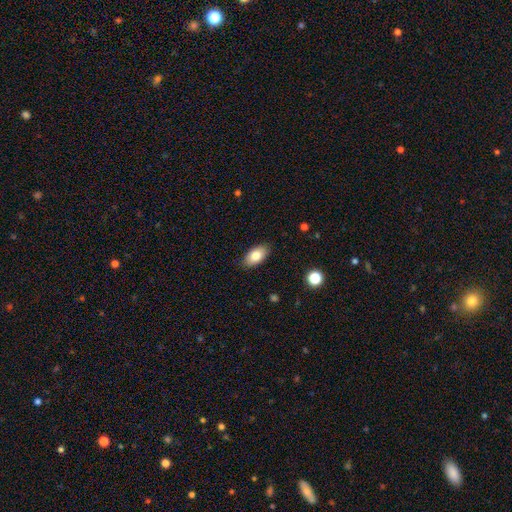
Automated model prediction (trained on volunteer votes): Q: Smooth or featured?
A: smooth (82%); runner-up: featured or disk (11%)
Q: How rounded?
A: in between (93%); runner-up: round (4%)
Q: Merging?
A: none (86%); runner-up: minor disturbance (10%)